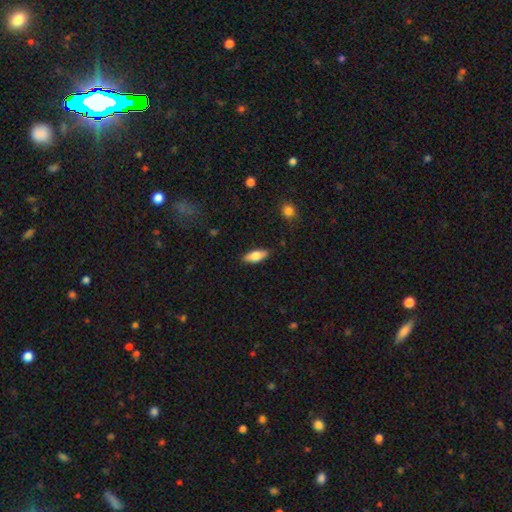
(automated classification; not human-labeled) This appears to be a smooth galaxy with no disk features (75%) that is in between round and cigar-shaped (78%). Merging: none (86%).